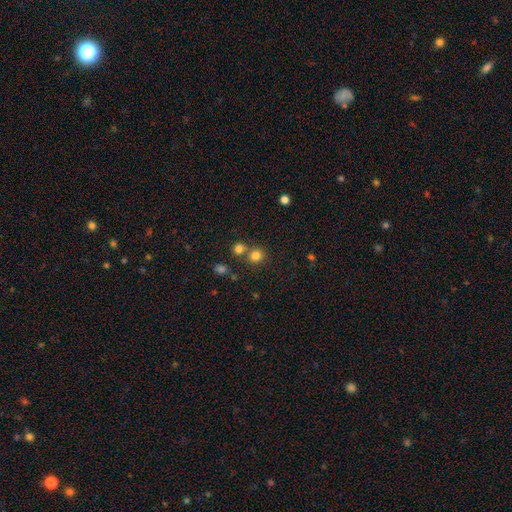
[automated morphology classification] Smooth or featured: smooth — 78% (star or artifact — 15%)
How rounded: round — 89% (in between — 10%)
Merging: none — 66% (merger — 24%)